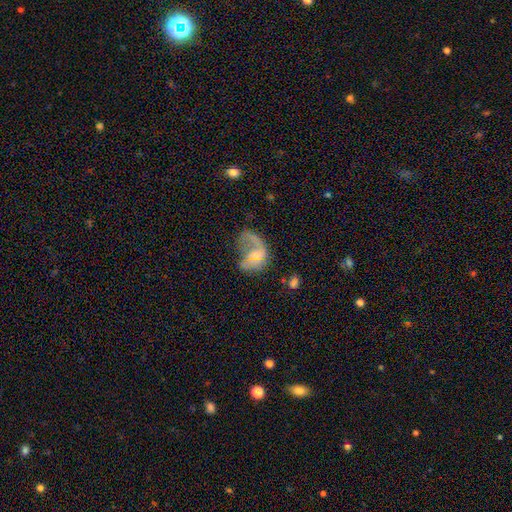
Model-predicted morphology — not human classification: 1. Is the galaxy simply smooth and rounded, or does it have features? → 55% featured or disk, 34% smooth, 11% star or artifact.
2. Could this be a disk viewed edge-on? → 97% no, 3% yes.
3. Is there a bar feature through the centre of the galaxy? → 60% no, 32% weak, 7% strong.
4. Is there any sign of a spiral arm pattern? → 57% yes, 43% no.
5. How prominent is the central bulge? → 49% small, 23% none, 23% moderate, 3% large, 1% dominant.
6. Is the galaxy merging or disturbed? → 53% major disturbance, 22% none, 19% minor disturbance, 7% merger.